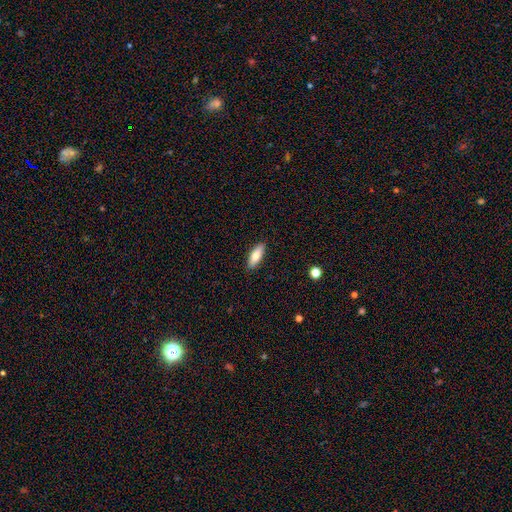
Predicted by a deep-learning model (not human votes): This is likely a smooth galaxy (76%). How rounded: likely in between (65%). Merging: clearly none (90%).